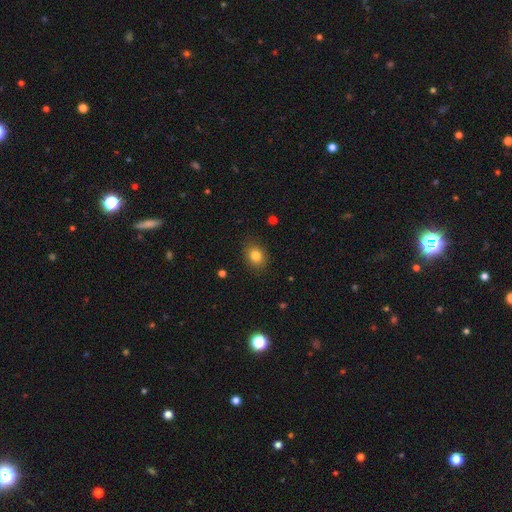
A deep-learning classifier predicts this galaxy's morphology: Smooth or featured: smooth — 82% (star or artifact — 11%)
How rounded: in between — 51% (round — 48%)
Merging: none — 87% (minor disturbance — 9%)